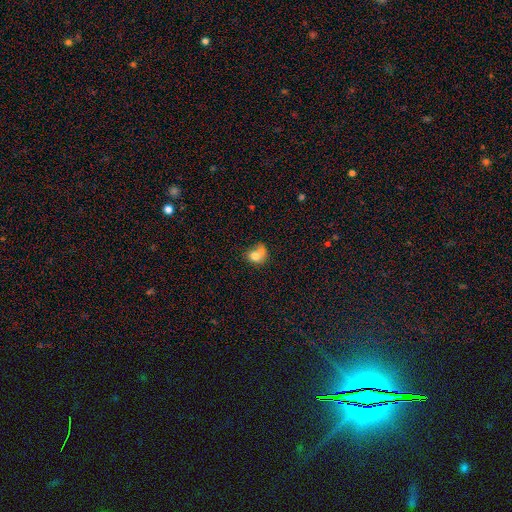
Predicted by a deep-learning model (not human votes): A smooth galaxy with no disk features (73%) that is round (61%).

Vote fractions:
- Smooth or featured? smooth: 73% / featured or disk: 18% / star or artifact: 10%
- How rounded? round: 61% / in between: 38% / cigar-shaped: 1%
- Merging? merger: 55% / none: 26% / minor disturbance: 11% / major disturbance: 7%